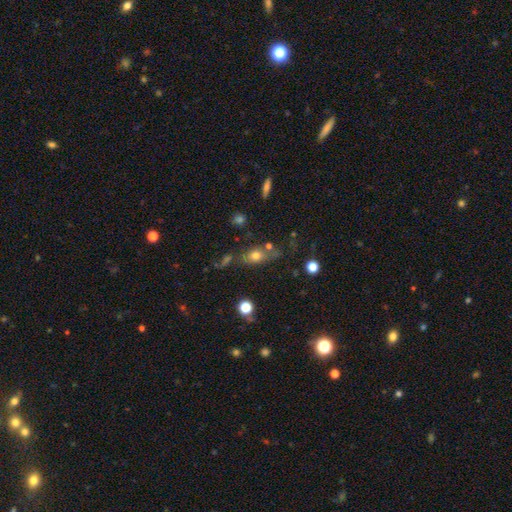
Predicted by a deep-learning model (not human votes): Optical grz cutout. It shows a smooth galaxy with no disk features (64%) that is in between round and cigar-shaped (65%). Merging: none (54%).